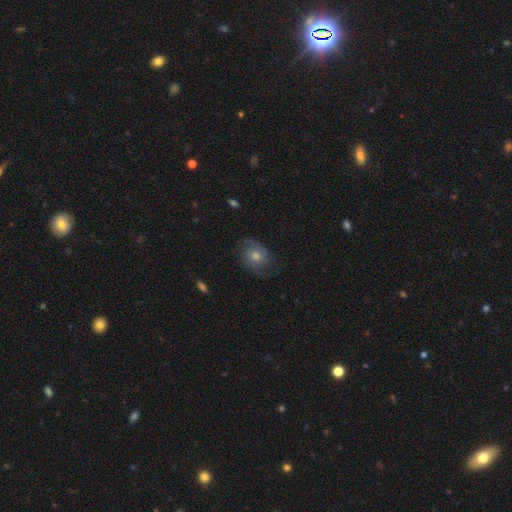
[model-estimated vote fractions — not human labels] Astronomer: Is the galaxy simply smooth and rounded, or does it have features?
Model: featured or disk — 57%.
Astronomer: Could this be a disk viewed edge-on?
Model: no — 96%.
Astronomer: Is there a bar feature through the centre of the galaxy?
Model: no — 77%.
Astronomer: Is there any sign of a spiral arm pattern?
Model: yes — 87%.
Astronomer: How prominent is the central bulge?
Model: moderate — 57% (runner-up: small, 36%).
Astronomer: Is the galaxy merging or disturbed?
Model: none — 74%.